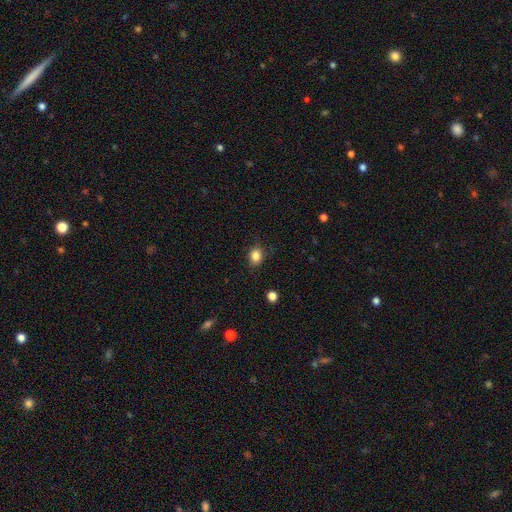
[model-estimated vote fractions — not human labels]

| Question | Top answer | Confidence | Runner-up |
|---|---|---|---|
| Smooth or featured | smooth | 84% | star or artifact (11%) |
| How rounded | round | 53% | in between (46%) |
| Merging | none | 82% | minor disturbance (13%) |